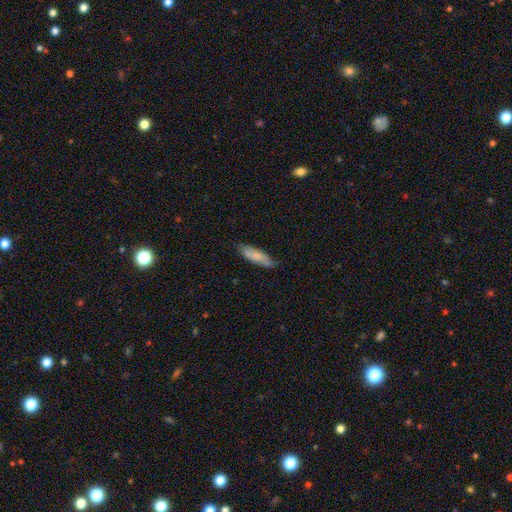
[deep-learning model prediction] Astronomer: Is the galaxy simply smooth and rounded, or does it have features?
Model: smooth — 77%.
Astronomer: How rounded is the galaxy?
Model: cigar-shaped — 54% (runner-up: in between, 44%).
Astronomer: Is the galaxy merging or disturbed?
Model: none — 75%.